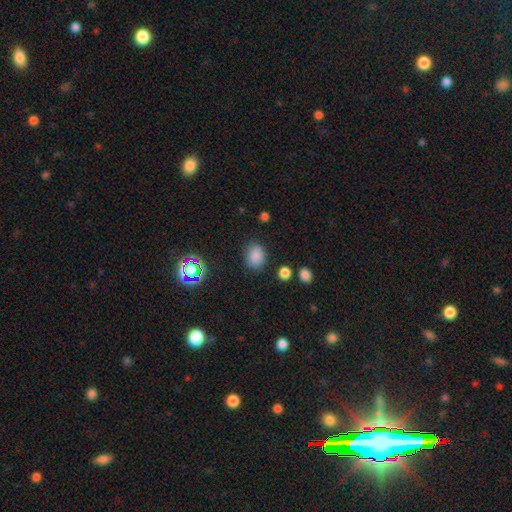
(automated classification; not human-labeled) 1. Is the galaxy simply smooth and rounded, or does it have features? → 81% smooth, 14% star or artifact, 5% featured or disk.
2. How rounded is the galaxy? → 61% in between, 38% round, 1% cigar-shaped.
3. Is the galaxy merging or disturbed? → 80% none, 13% minor disturbance, 4% major disturbance, 3% merger.